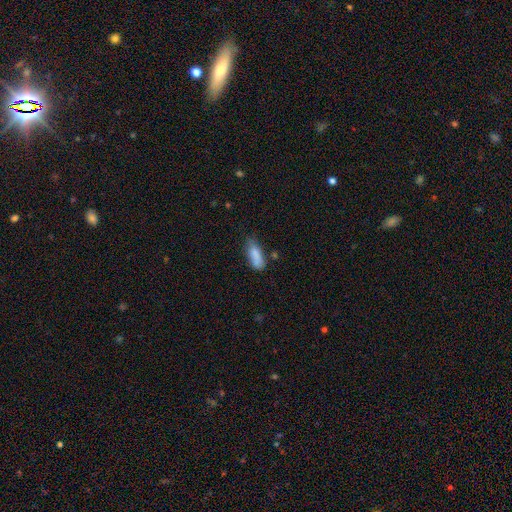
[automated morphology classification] Smooth or featured? Predicted: smooth (p=0.82). How rounded? Predicted: in between (p=0.72). Merging? Predicted: none (p=0.53).